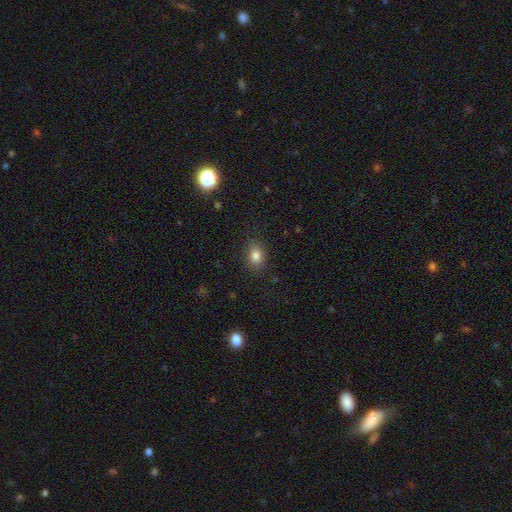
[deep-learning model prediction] This is clearly a smooth galaxy (82%). How rounded: likely in between (67%). Merging: clearly none (85%).